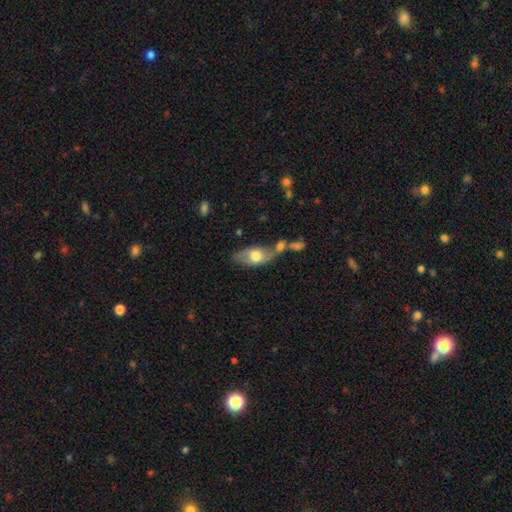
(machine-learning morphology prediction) Smooth or featured? smooth (59%)
How rounded? in between (86%)
Merging? none (39%)